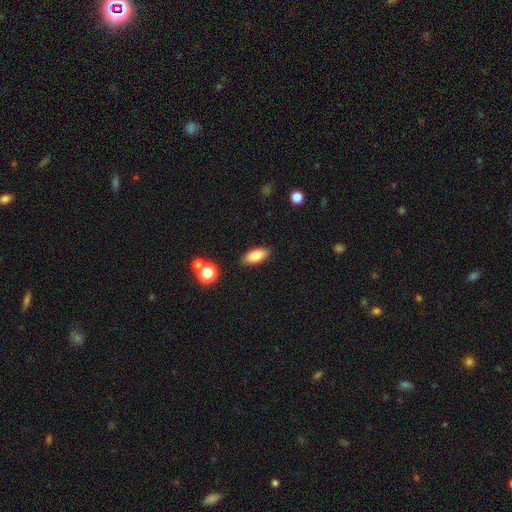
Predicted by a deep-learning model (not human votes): smooth_or_featured: smooth (p=0.79) [alt: featured or disk p=0.13]
how_rounded: in between (p=0.83) [alt: cigar-shaped p=0.14]
merging: none (p=0.87) [alt: minor disturbance p=0.09]